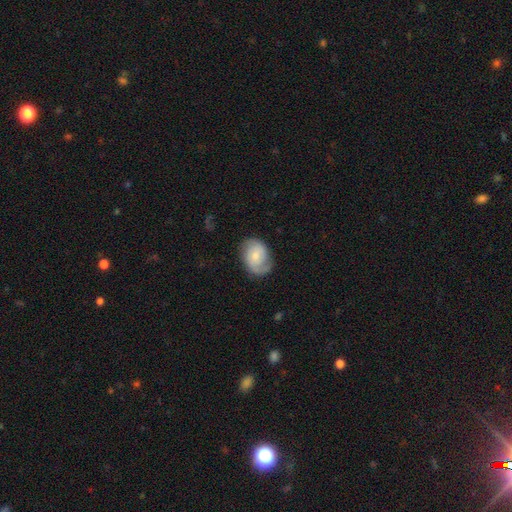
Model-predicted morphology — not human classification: smooth-or-featured: featured or disk: 53% | smooth: 41% | star or artifact: 7%
  disk-edge-on: no: 97% | yes: 3%
    bar: no: 59% | weak: 35% | strong: 6%
    has-spiral-arms: yes: 85% | no: 15%
    bulge-size: small: 54% | moderate: 37% | none: 4% | large: 3% | dominant: 1%
  merging: none: 68% | minor disturbance: 23% | major disturbance: 9% | merger: 1%